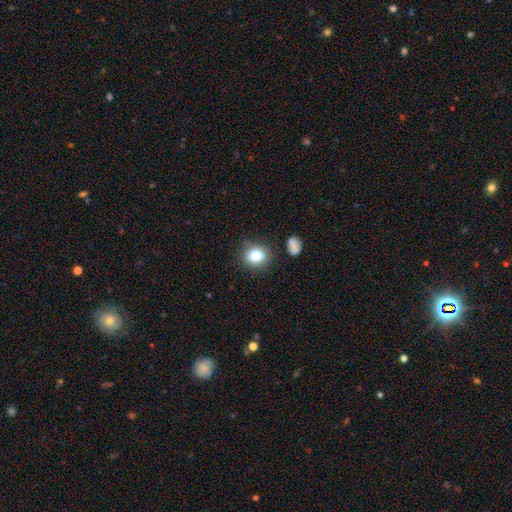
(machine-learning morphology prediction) The model was most divided on "how rounded": round: 72%, in between: 27%, cigar-shaped: 1%. More confident: smooth or featured — smooth (85%); merging — none (77%).